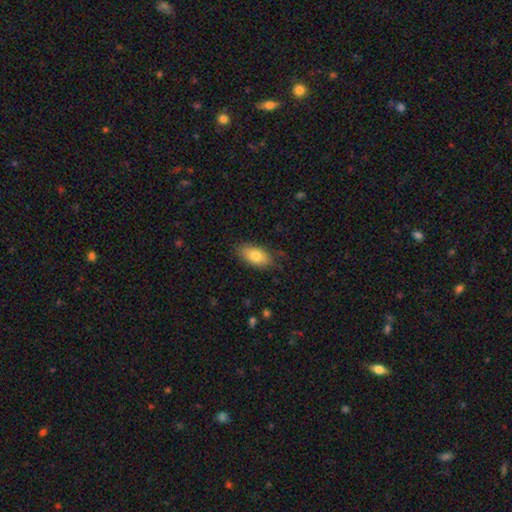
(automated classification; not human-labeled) A smooth galaxy with no disk features (78%) that is in between round and cigar-shaped (90%). Merging: none (81%).